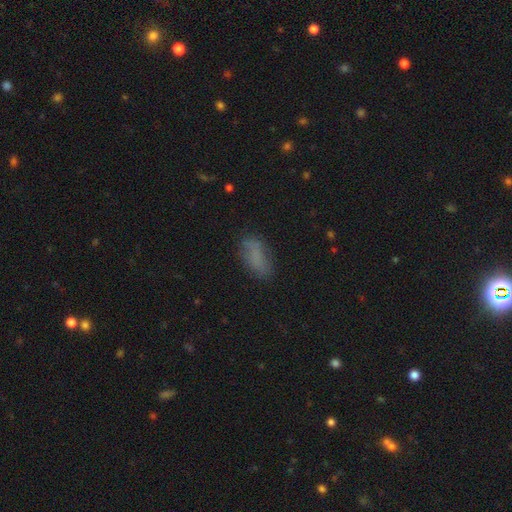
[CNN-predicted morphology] smooth_or_featured: smooth (p=0.74) [alt: featured or disk p=0.15]
how_rounded: in between (p=0.85) [alt: cigar-shaped p=0.11]
merging: none (p=0.68) [alt: minor disturbance p=0.21]